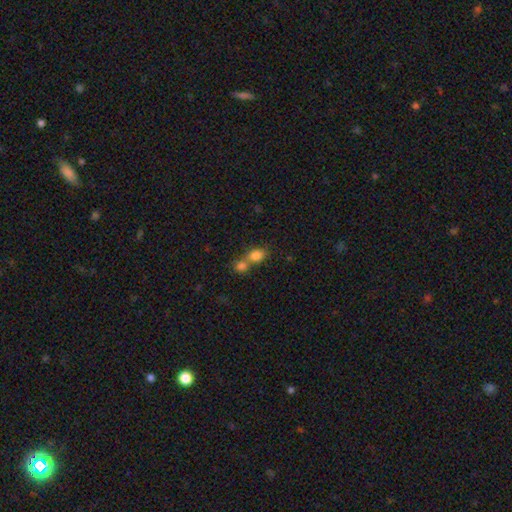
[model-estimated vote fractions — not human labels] Smooth or featured: smooth — 81% (star or artifact — 10%)
How rounded: in between — 64% (round — 33%)
Merging: merger — 53% (none — 36%)